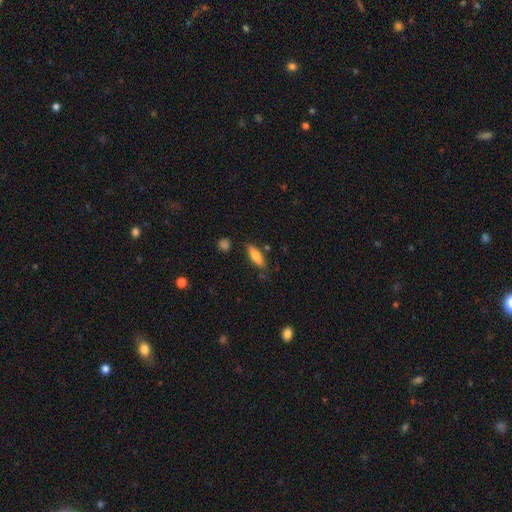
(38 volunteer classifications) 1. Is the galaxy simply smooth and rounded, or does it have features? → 76% smooth, 21% featured or disk, 3% star or artifact.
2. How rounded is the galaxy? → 52% cigar-shaped, 48% in between, 0% round.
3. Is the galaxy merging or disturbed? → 84% none, 5% minor disturbance, 5% major disturbance, 5% merger.